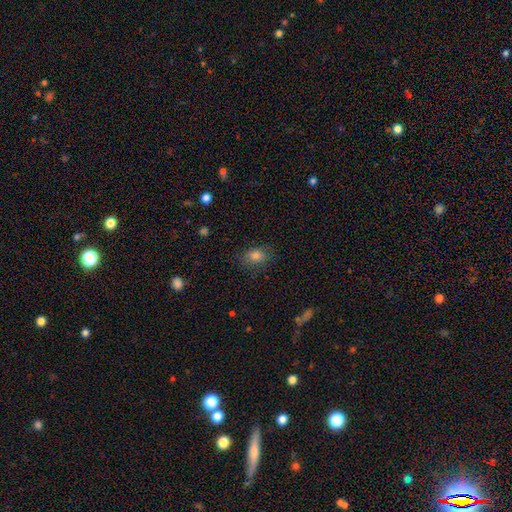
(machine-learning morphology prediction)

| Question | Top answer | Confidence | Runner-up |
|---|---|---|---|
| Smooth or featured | smooth | 80% | star or artifact (12%) |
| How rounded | in between | 67% | round (31%) |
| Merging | none | 81% | minor disturbance (14%) |